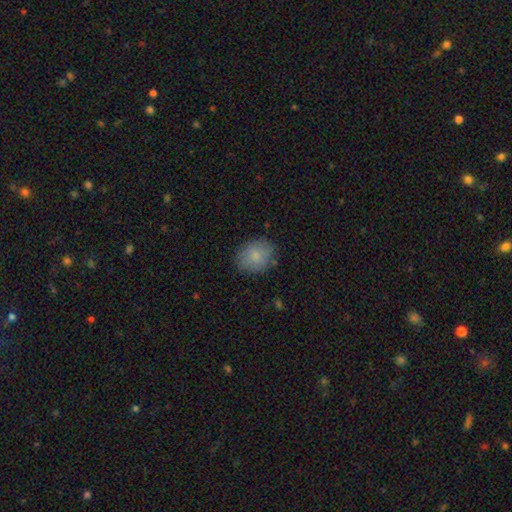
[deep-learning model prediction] This is clearly a smooth galaxy (83%). How rounded: possibly round (53%). Merging: clearly none (82%).